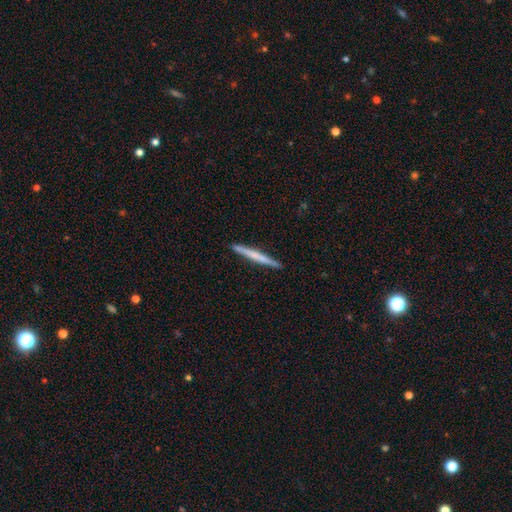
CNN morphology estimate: type=smooth (50%); merging=none (91%).